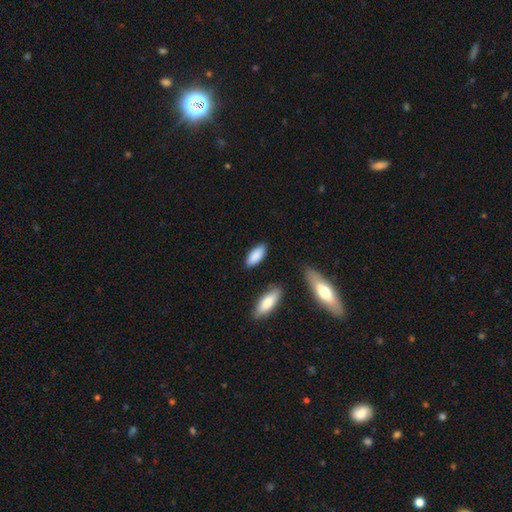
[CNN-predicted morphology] Smooth or featured?
  - smooth: 88% *
  - featured or disk: 6%
  - star or artifact: 6%
How rounded?
  - in between: 84% *
  - cigar-shaped: 14%
  - round: 2%
Merging?
  - none: 83% *
  - minor disturbance: 11%
  - merger: 3%
  - major disturbance: 3%